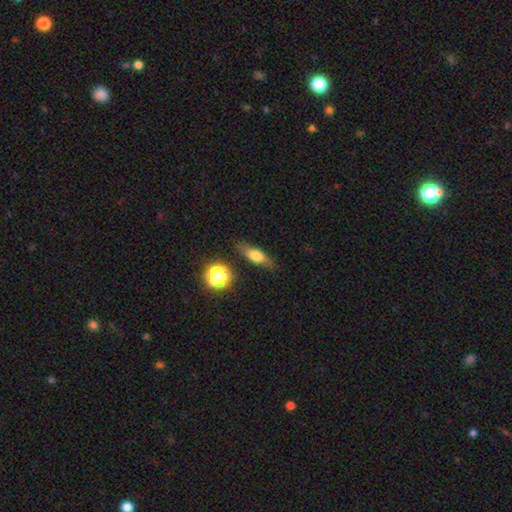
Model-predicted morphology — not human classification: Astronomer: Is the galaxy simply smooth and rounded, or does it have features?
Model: smooth — 56% (runner-up: featured or disk, 34%).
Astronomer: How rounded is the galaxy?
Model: cigar-shaped — 46% (runner-up: in between, 44%).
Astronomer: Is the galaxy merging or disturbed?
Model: none — 81%.